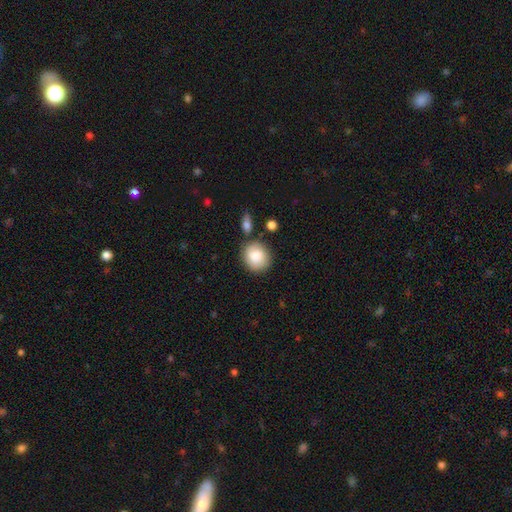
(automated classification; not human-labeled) Smooth or featured?
  - smooth: 83% *
  - featured or disk: 9%
  - star or artifact: 7%
How rounded?
  - round: 80% *
  - in between: 19%
  - cigar-shaped: 1%
Merging?
  - none: 78% *
  - minor disturbance: 12%
  - merger: 7%
  - major disturbance: 3%